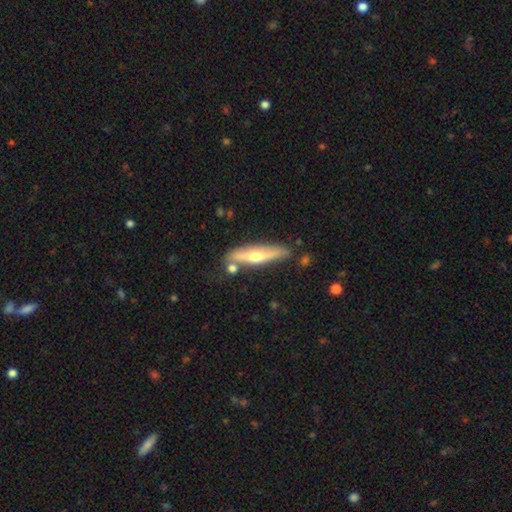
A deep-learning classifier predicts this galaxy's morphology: Smooth or featured?
  - featured or disk: 55% *
  - smooth: 40%
  - star or artifact: 6%
Edge-on disk?
  - yes: 89% *
  - no: 11%
Merging?
  - none: 77% *
  - minor disturbance: 14%
  - merger: 6%
  - major disturbance: 3%